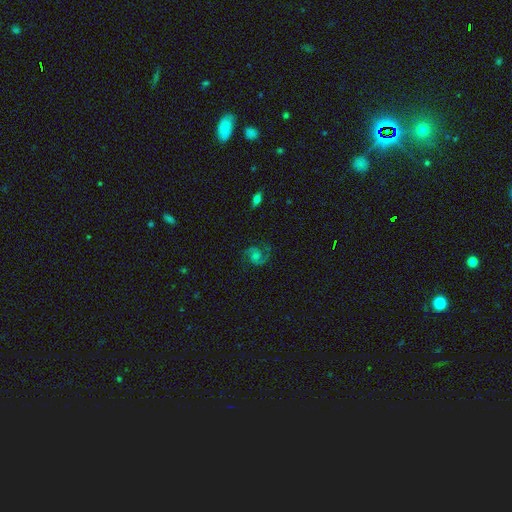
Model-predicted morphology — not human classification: A featured or disk galaxy (82%) with no bar (56%), 2 (90%) medium (59%) spiral arms (97%) and a small central bulge (31%).

Vote fractions:
- Smooth or featured? featured or disk: 82% / star or artifact: 10% / smooth: 9%
- Edge-on disk? no: 98% / yes: 2%
- Bar? no: 56% / weak: 36% / strong: 8%
- Spiral arms? yes: 97% / no: 3%
- Spiral winding? medium: 59% / tight: 21% / loose: 20%
- Spiral arm count? 2: 90% / can't tell: 3% / 1: 3% / 3: 2% / 4: 1% / more than 4: 1%
- Bulge size? small: 31% / moderate: 30% / none: 27% / large: 10% / dominant: 2%
- Merging? none: 77% / minor disturbance: 14% / major disturbance: 8% / merger: 2%